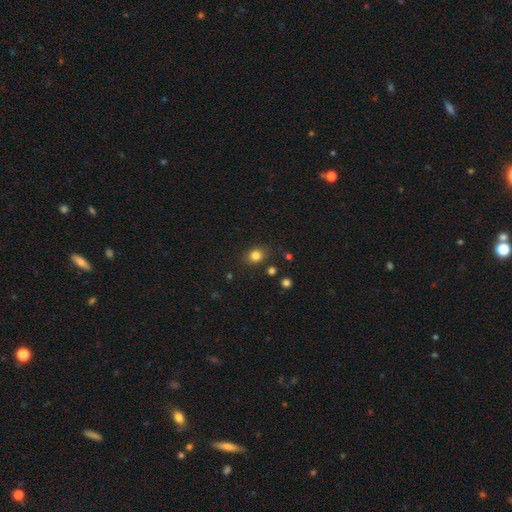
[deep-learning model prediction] Smooth or featured: smooth — 82% (star or artifact — 12%)
How rounded: round — 61% (in between — 38%)
Merging: none — 83% (minor disturbance — 11%)